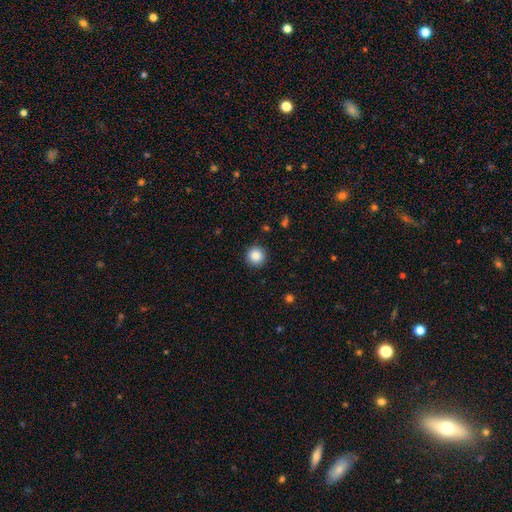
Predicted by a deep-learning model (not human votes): Morphology: type=smooth (87%); roundness=round (96%); merging=none (92%).